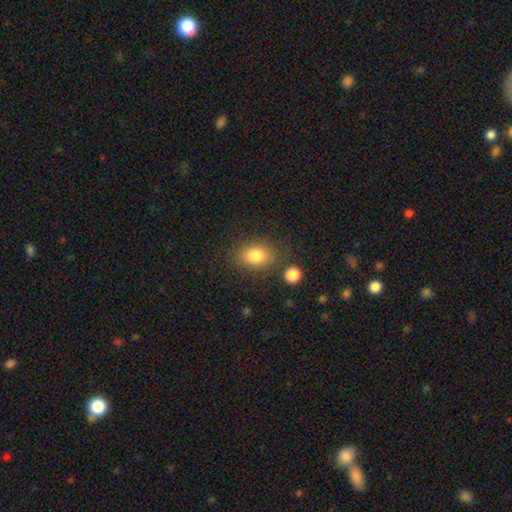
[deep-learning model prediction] Smooth or featured?
  - smooth: 82% *
  - star or artifact: 9%
  - featured or disk: 8%
How rounded?
  - in between: 72% *
  - round: 27%
  - cigar-shaped: 1%
Merging?
  - none: 78% *
  - minor disturbance: 12%
  - merger: 5%
  - major disturbance: 4%